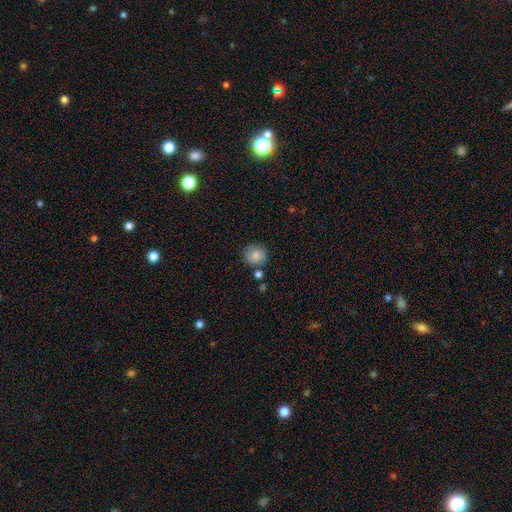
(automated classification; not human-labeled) smooth_or_featured: smooth (p=0.81) [alt: featured or disk p=0.11]
how_rounded: round (p=0.87) [alt: in between p=0.12]
merging: none (p=0.74) [alt: minor disturbance p=0.15]